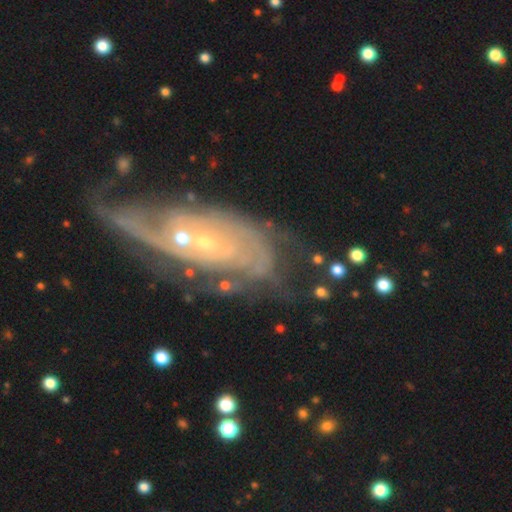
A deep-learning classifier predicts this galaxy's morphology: Overall: featured or disk (80%). Edge-on disk: no (93%). Bar: no (65%; weak 27%). Spiral arms: yes (88%). Spiral arm count: can't tell (43%; 2 27%). Spiral winding: tight (64%; medium 27%). Bulge size: small (64%; moderate 29%). Merging: none (44%; merger 23%).